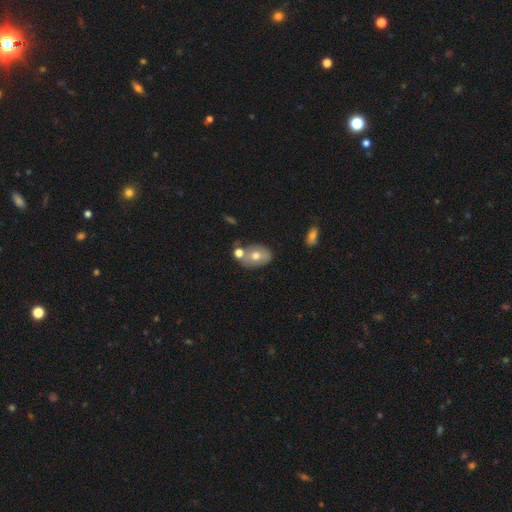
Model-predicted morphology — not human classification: A smooth galaxy with no disk features (57%) that is in between round and cigar-shaped (76%).

Vote fractions:
- Smooth or featured? smooth: 57% / featured or disk: 34% / star or artifact: 9%
- How rounded? in between: 76% / round: 23% / cigar-shaped: 1%
- Merging? none: 51% / merger: 29% / minor disturbance: 15% / major disturbance: 5%